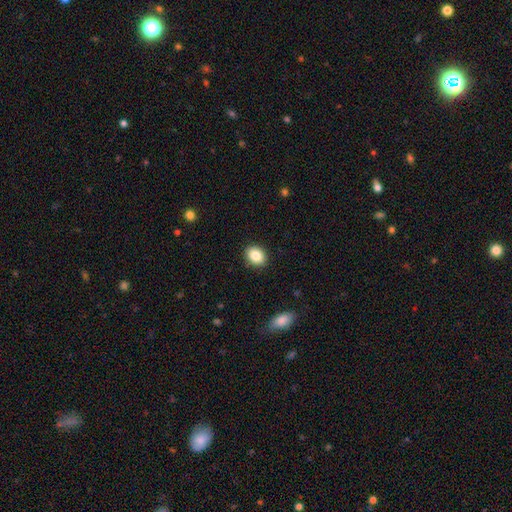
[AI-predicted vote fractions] The model was most divided on "how rounded": in between: 54%, round: 45%, cigar-shaped: 1%. More confident: merging — none (90%); smooth or featured — smooth (85%).